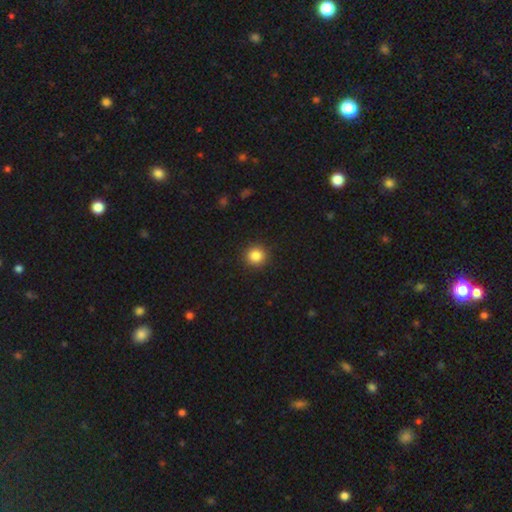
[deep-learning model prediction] Smooth or featured? Predicted: smooth (p=0.85). How rounded? Predicted: round (p=0.94). Merging? Predicted: none (p=0.92).